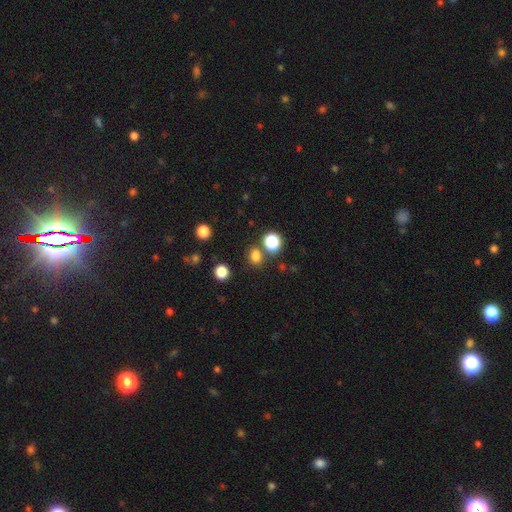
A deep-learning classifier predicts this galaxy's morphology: A smooth galaxy with no disk features (76%) that is round (63%).

Vote fractions:
- Smooth or featured? smooth: 76% / star or artifact: 19% / featured or disk: 5%
- How rounded? round: 63% / in between: 36% / cigar-shaped: 1%
- Merging? none: 75% / merger: 12% / minor disturbance: 9% / major disturbance: 4%